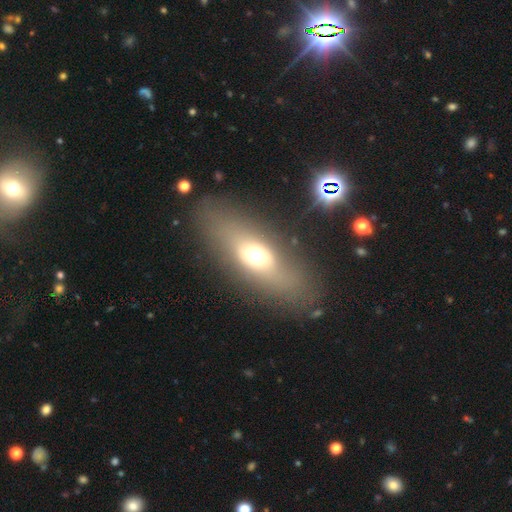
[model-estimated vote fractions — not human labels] Q: Smooth or featured?
A: smooth (53%); runner-up: featured or disk (34%)
Q: How rounded?
A: in between (66%); runner-up: cigar-shaped (25%)
Q: Merging?
A: none (76%); runner-up: minor disturbance (13%)